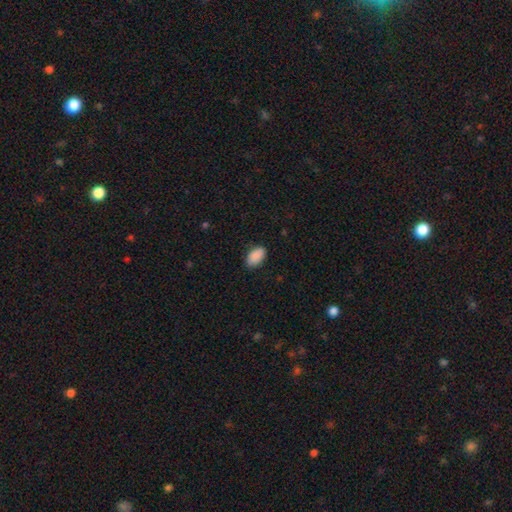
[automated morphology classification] A smooth galaxy with no disk features (90%) that is in between round and cigar-shaped (93%). Merging: none (85%).